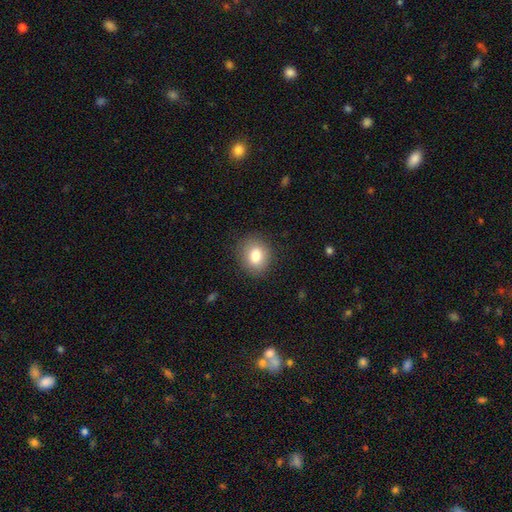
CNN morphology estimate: This is clearly a smooth galaxy (81%). How rounded: likely round (61%). Merging: clearly none (86%).